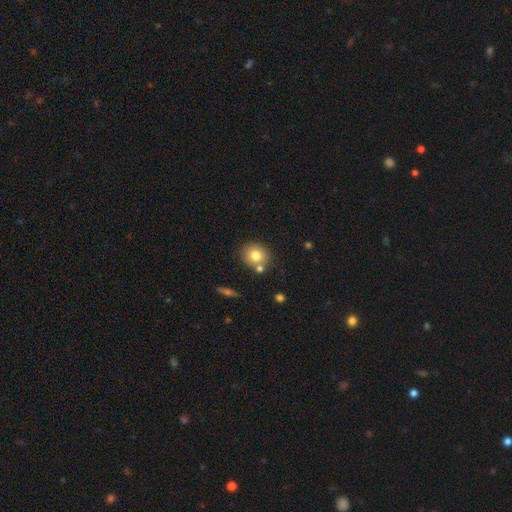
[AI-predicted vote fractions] This is likely a smooth galaxy (77%). How rounded: likely round (76%). Merging: likely none (72%).